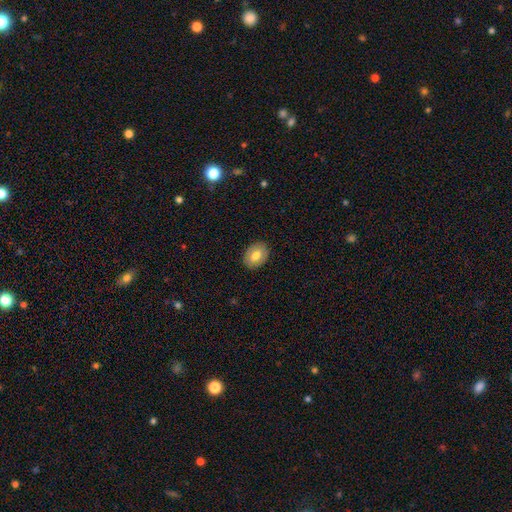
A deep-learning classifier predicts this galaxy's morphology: type=smooth (68%); roundness=in between (73%); merging=none (87%).